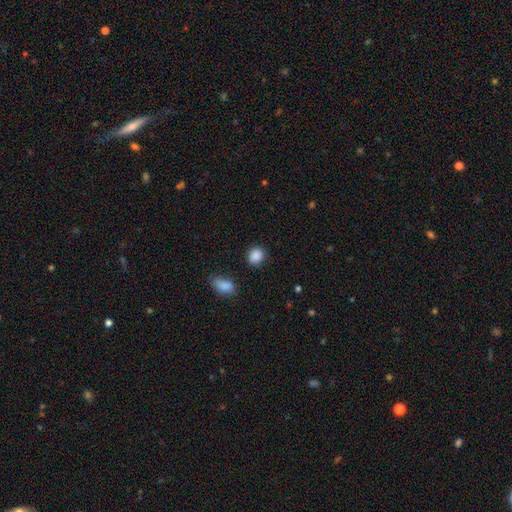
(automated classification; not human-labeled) Smooth or featured: smooth — 88% (star or artifact — 9%)
How rounded: round — 69% (in between — 30%)
Merging: none — 83% (minor disturbance — 11%)